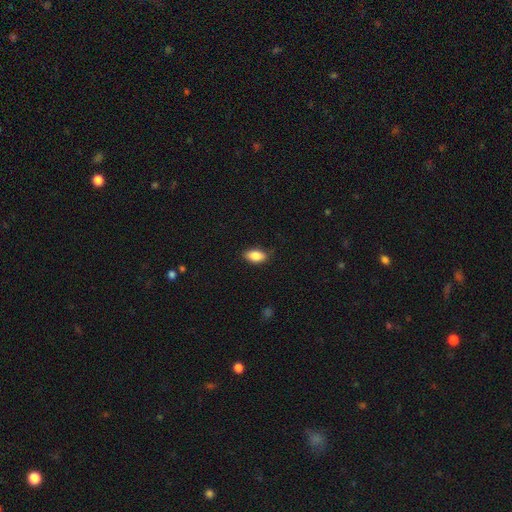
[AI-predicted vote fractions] smooth-or-featured: smooth: 86% | star or artifact: 7% | featured or disk: 7%
  how-rounded: in between: 91% | round: 5% | cigar-shaped: 4%
  merging: none: 82% | minor disturbance: 15% | major disturbance: 3% | merger: 1%